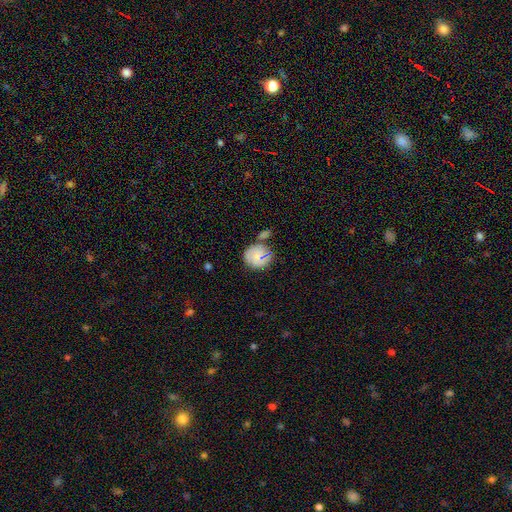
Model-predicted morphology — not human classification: Overall: smooth (62%; featured or disk 28%). How rounded: round (79%). Merging: none (53%; minor disturbance 20%).